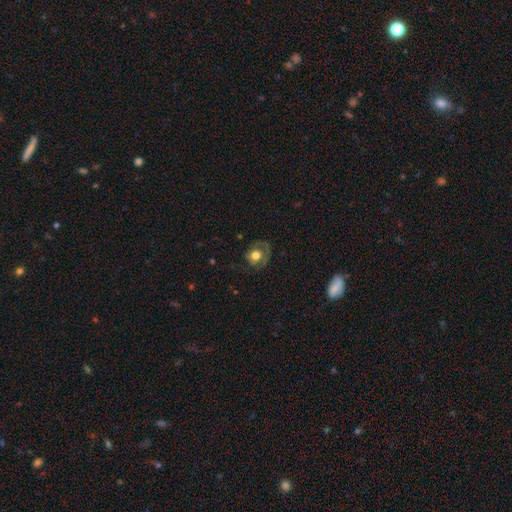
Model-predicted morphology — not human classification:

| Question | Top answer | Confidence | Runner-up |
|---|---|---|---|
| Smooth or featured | smooth | 50% | featured or disk (40%) |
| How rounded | round | 70% | in between (29%) |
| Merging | none | 57% | minor disturbance (23%) |